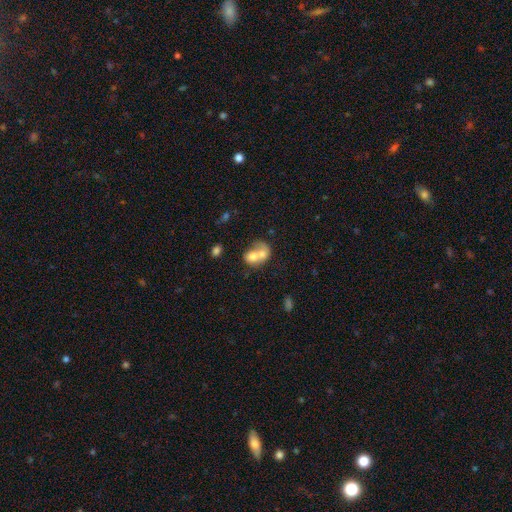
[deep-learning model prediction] Smooth or featured: smooth — 66% (featured or disk — 26%)
How rounded: in between — 53% (round — 46%)
Merging: merger — 77% (none — 13%)